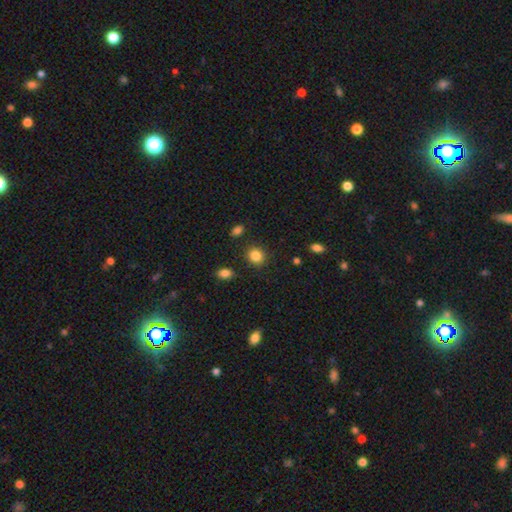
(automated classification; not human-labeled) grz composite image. It shows a smooth galaxy with no disk features (86%) that is round (74%). Merging: none (87%).